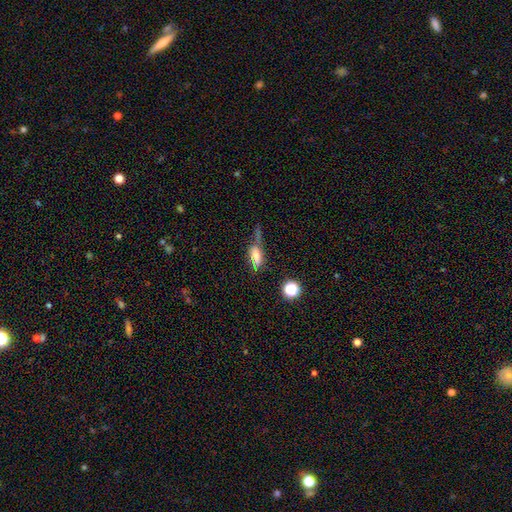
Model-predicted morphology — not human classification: smooth 49%, featured or disk 28%, star or artifact 22%. Down the decision tree: merging — none (53%).